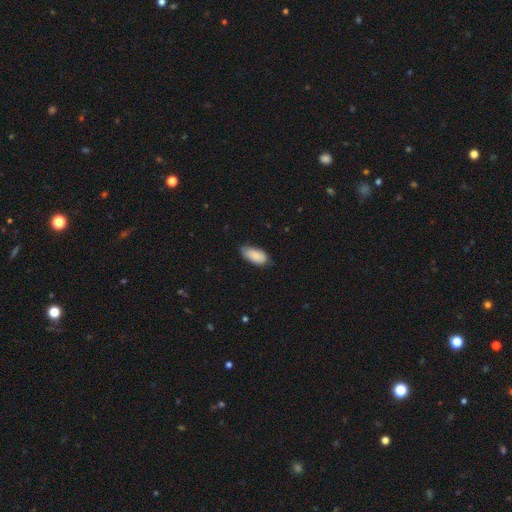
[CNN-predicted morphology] Smooth or featured: smooth — 87% (star or artifact — 6%)
How rounded: in between — 93% (cigar-shaped — 5%)
Merging: none — 64% (minor disturbance — 30%)